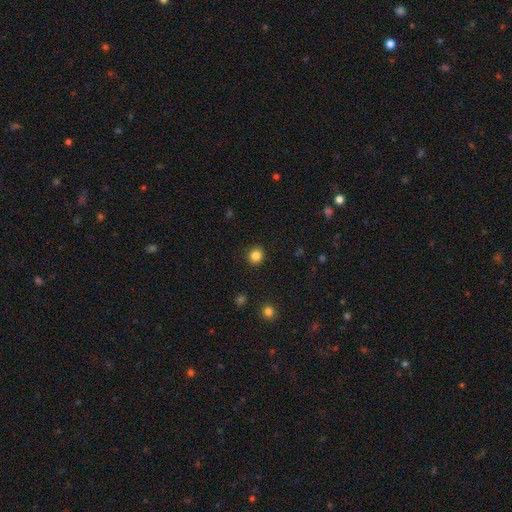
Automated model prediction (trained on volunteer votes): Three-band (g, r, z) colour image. It shows a smooth galaxy with no disk features (84%) that is round (89%). Merging: none (92%).